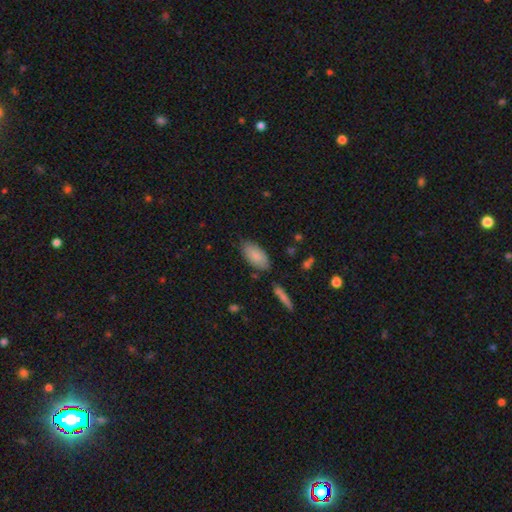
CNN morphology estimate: Smooth or featured?
  - smooth: 83% *
  - featured or disk: 11%
  - star or artifact: 6%
How rounded?
  - in between: 92% *
  - cigar-shaped: 6%
  - round: 2%
Merging?
  - none: 78% *
  - minor disturbance: 15%
  - merger: 4%
  - major disturbance: 3%